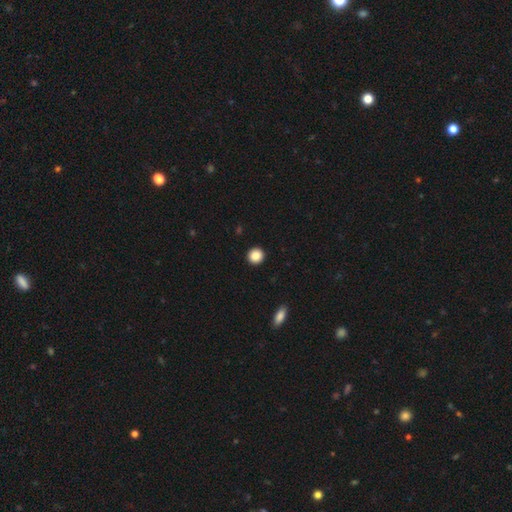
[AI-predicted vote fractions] smooth-or-featured: smooth: 87% | star or artifact: 9% | featured or disk: 4%
  how-rounded: round: 94% | in between: 5% | cigar-shaped: 1%
  merging: none: 94% | minor disturbance: 4% | major disturbance: 1% | merger: 1%